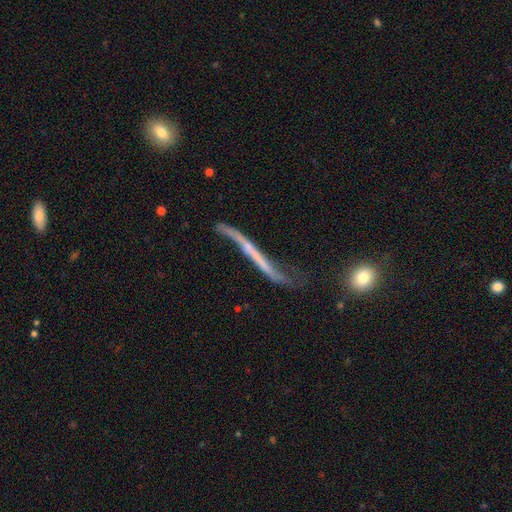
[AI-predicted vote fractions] Overall: featured or disk (73%). Edge-on disk: yes (66%; no 34%). Merging: none (39%; major disturbance 28%).